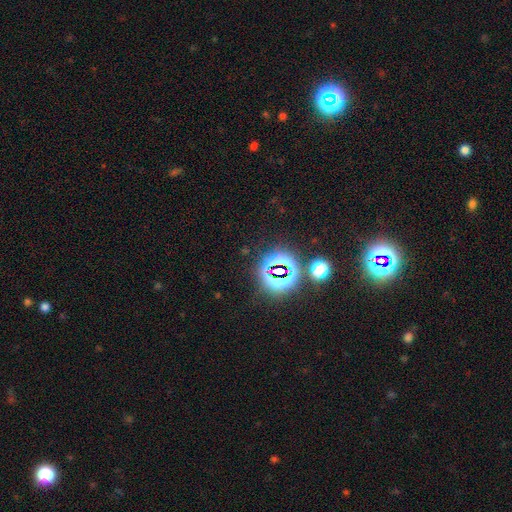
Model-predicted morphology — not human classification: smooth_or_featured: star or artifact (p=0.81) [alt: smooth p=0.11]